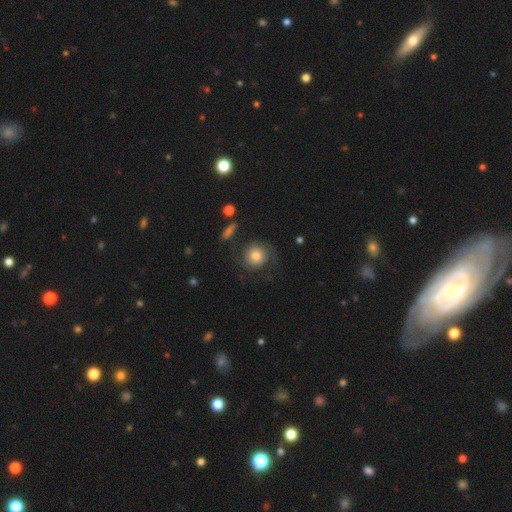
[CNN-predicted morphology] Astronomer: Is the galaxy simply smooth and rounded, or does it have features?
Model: featured or disk — 51% (runner-up: smooth, 41%).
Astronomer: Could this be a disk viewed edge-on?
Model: no — 97%.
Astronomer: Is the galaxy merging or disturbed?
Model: none — 67%.